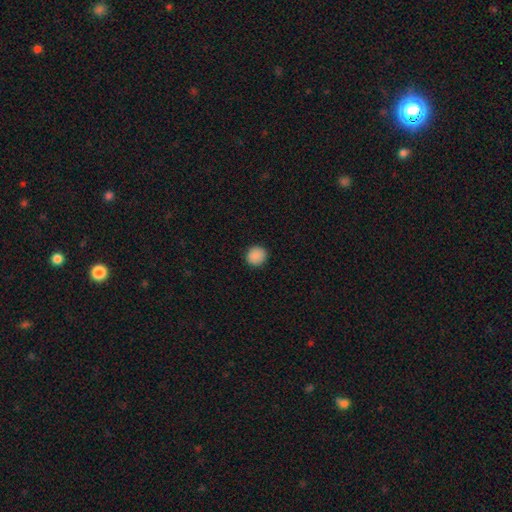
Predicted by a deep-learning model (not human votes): This is clearly a smooth galaxy (88%). How rounded: clearly round (90%). Merging: clearly none (92%).